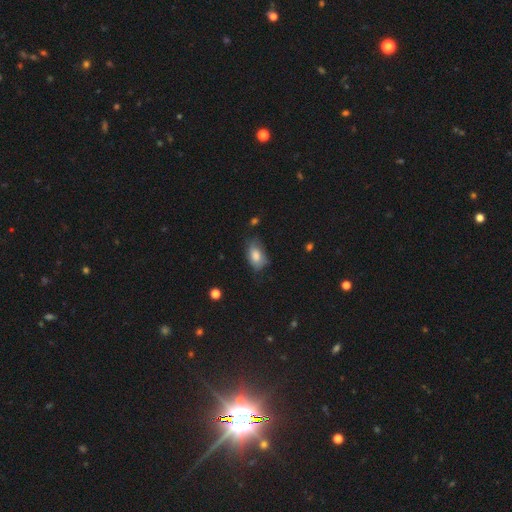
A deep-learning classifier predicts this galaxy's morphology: Overall: smooth (78%). How rounded: in between (90%). Merging: none (55%; minor disturbance 33%).